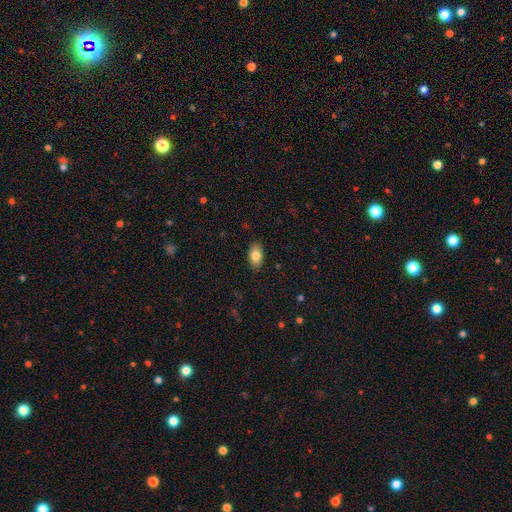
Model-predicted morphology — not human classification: A smooth galaxy with no disk features (82%) that is in between round and cigar-shaped (91%). Merging: none (88%).